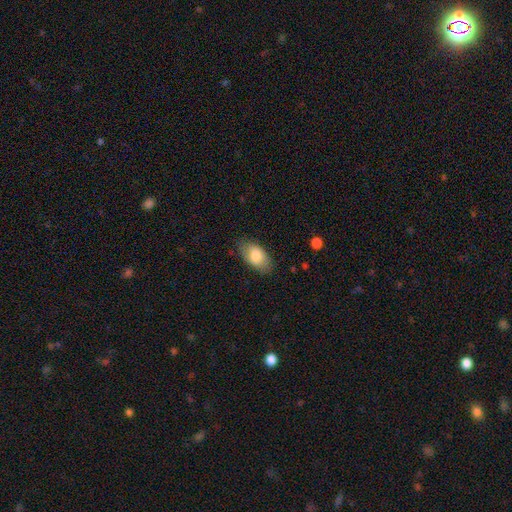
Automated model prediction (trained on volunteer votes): Q: Smooth or featured?
A: smooth (80%); runner-up: featured or disk (14%)
Q: How rounded?
A: in between (93%); runner-up: round (4%)
Q: Merging?
A: none (78%); runner-up: minor disturbance (17%)